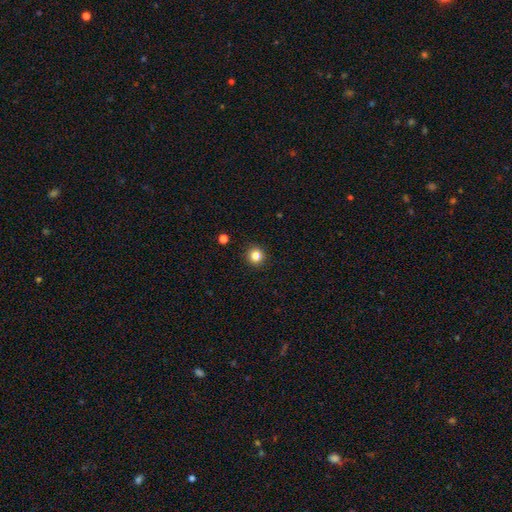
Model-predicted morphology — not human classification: This is clearly a smooth galaxy (83%). How rounded: clearly round (94%). Merging: clearly none (92%).